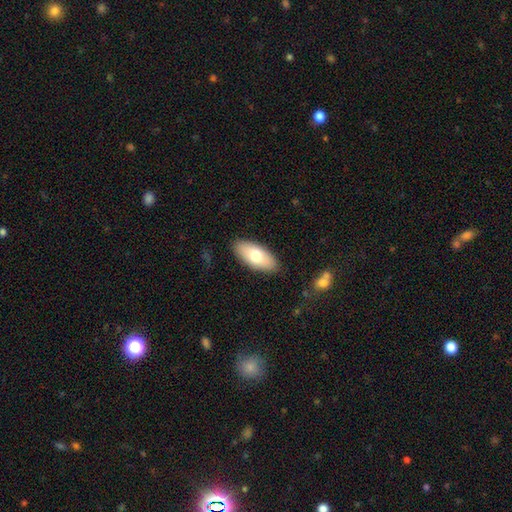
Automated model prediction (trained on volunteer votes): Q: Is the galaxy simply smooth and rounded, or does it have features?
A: smooth — 72%.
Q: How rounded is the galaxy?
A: in between — 90%.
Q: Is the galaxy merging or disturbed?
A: none — 87%.